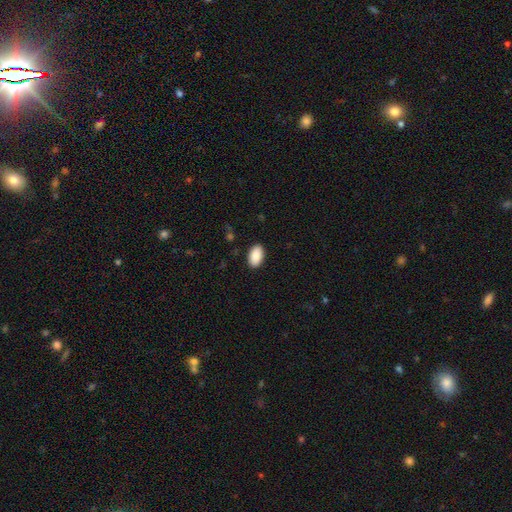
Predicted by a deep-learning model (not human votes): smooth-or-featured: smooth: 90% | star or artifact: 7% | featured or disk: 4%
  how-rounded: in between: 95% | round: 4% | cigar-shaped: 2%
  merging: none: 90% | minor disturbance: 7% | major disturbance: 2% | merger: 1%